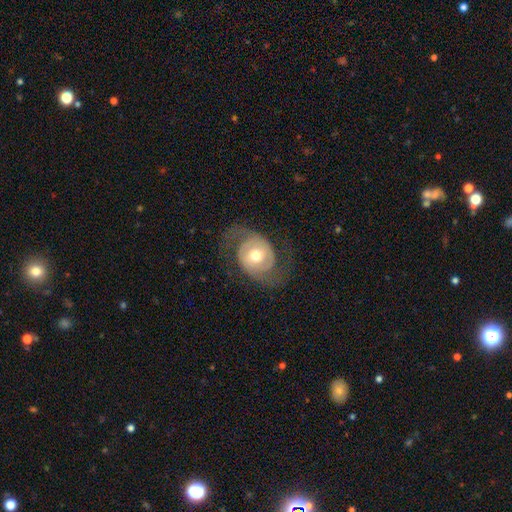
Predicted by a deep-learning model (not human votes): This is likely a featured or disk galaxy (79%). It is clearly not viewed edge-on (97%). Bar: likely no (60%). Spiral arm pattern: clearly yes (86%). Spiral arm count: clearly 2 (89%). Spiral winding: possibly medium (46%). Central bulge: likely moderate (74%). Merging: likely none (70%).